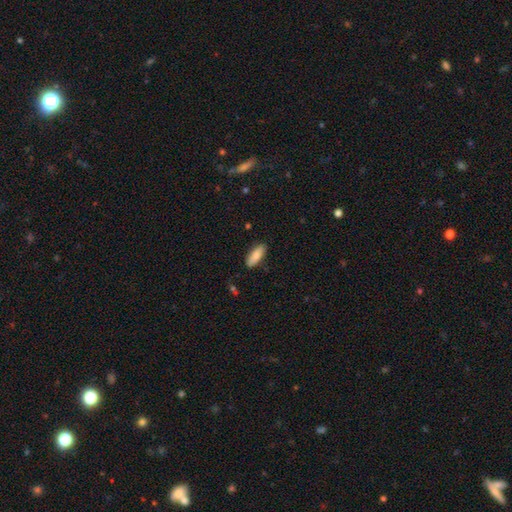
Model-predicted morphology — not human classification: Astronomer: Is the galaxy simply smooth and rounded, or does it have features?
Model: smooth — 86%.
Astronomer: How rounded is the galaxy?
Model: in between — 68%.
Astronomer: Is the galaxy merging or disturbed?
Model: none — 86%.